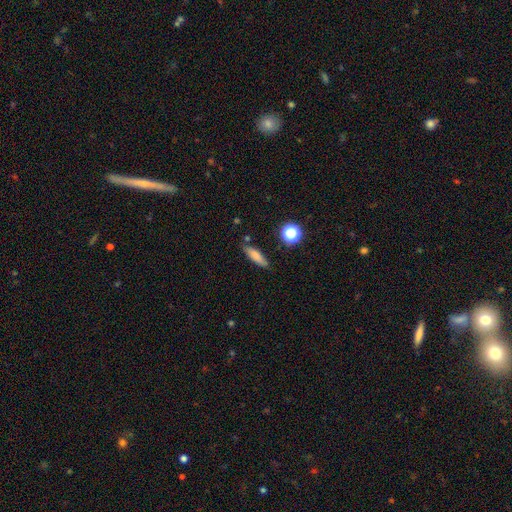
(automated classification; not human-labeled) Q: Smooth or featured?
A: smooth (77%); runner-up: featured or disk (13%)
Q: How rounded?
A: cigar-shaped (62%); runner-up: in between (33%)
Q: Merging?
A: none (81%); runner-up: minor disturbance (13%)